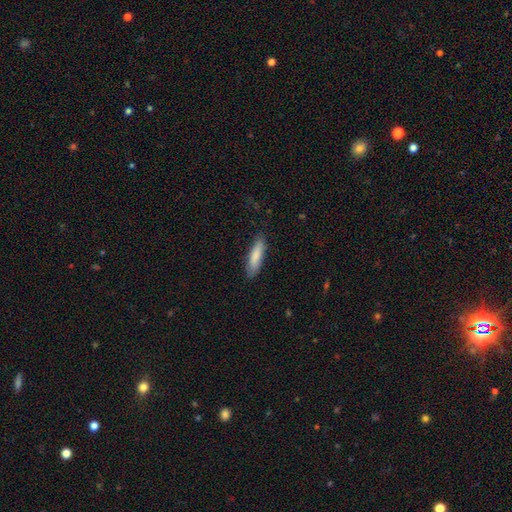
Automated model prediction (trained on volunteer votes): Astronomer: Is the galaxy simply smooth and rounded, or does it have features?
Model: smooth — 84%.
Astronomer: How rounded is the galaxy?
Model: cigar-shaped — 70%.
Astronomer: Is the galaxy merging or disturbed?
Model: none — 83%.